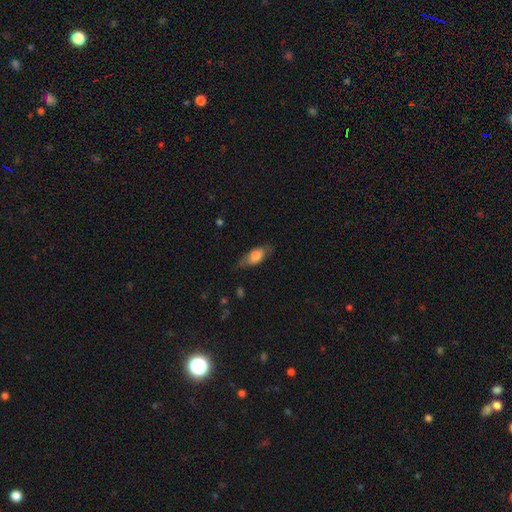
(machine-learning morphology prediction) Smooth or featured? Predicted: smooth (p=0.67). How rounded? Predicted: in between (p=0.78). Merging? Predicted: none (p=0.69).